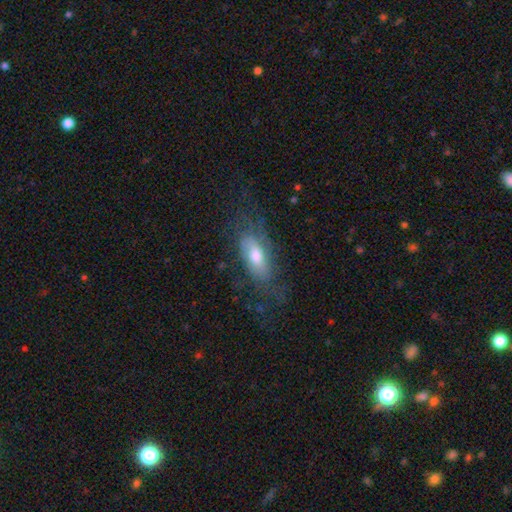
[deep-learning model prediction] A featured or disk galaxy (47%). Merging: none (59%).